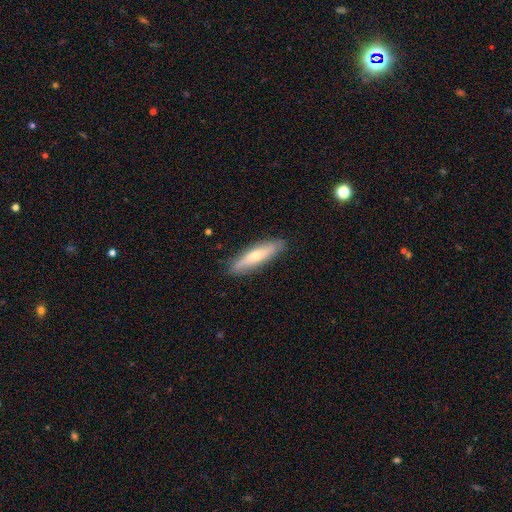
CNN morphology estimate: Smooth or featured? smooth (56%)
How rounded? cigar-shaped (76%)
Merging? none (86%)